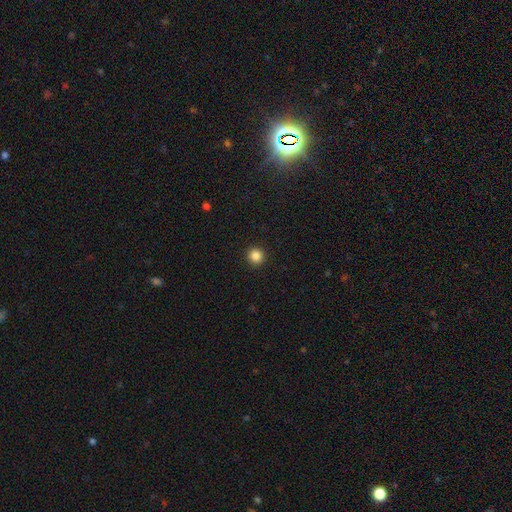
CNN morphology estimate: A smooth galaxy with no disk features (86%) that is round (95%).

Vote fractions:
- Smooth or featured? smooth: 86% / star or artifact: 11% / featured or disk: 3%
- How rounded? round: 95% / in between: 4% / cigar-shaped: 1%
- Merging? none: 93% / minor disturbance: 5% / major disturbance: 2% / merger: 1%